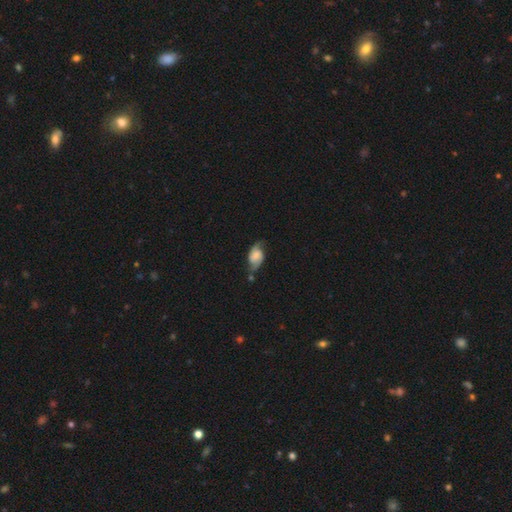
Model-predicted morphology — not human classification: smooth_or_featured: featured or disk (p=0.68) [alt: smooth p=0.24]
disk_edge_on: no (p=0.96) [alt: yes p=0.04]
bar: no (p=0.49) [alt: weak p=0.38]
has_spiral_arms: yes (p=0.93) [alt: no p=0.07]
spiral_winding: loose (p=0.46) [alt: medium p=0.38]
spiral_arm_count: 2 (p=0.89) [alt: can't tell p=0.04]
bulge_size: none (p=0.31) [alt: small p=0.27]
merging: none (p=0.58) [alt: minor disturbance p=0.25]